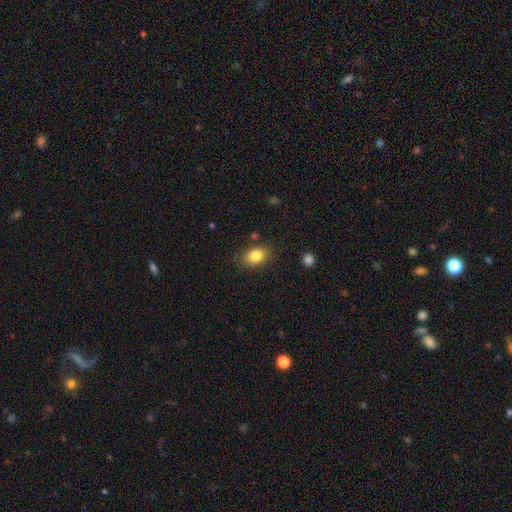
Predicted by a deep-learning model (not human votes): This is clearly a smooth galaxy (83%). How rounded: likely in between (77%). Merging: clearly none (81%).